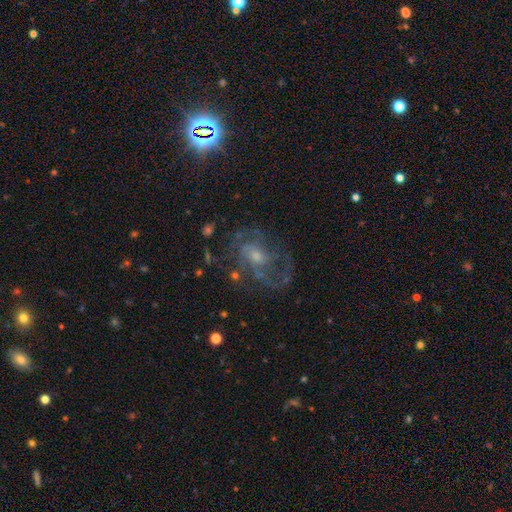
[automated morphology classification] type=featured or disk (77%); edge-on=no (97%); bar=no (62%); spiral arms=yes (83%); winding=medium (47%); arm count=can't tell (34%); bulge=small (50%); merging=none (59%).